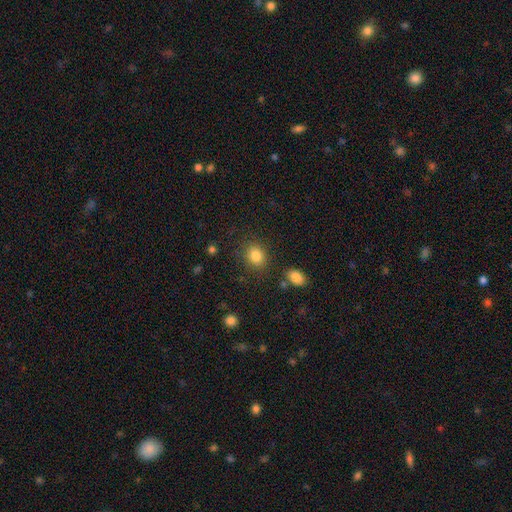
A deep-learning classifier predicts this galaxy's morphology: smooth-or-featured: smooth: 84% | star or artifact: 10% | featured or disk: 5%
  how-rounded: round: 55% | in between: 44% | cigar-shaped: 1%
  merging: none: 82% | minor disturbance: 11% | major disturbance: 4% | merger: 3%